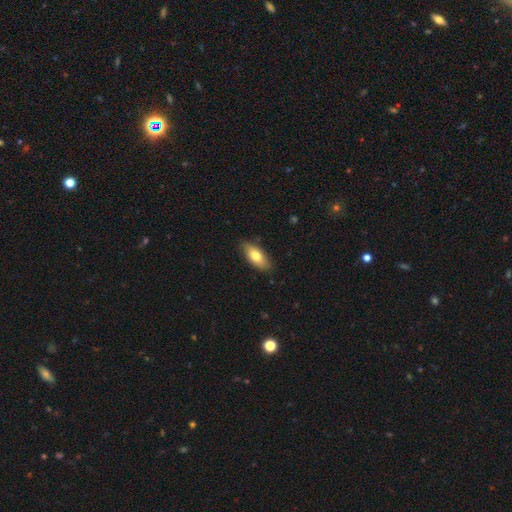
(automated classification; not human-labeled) Q: Smooth or featured?
A: smooth (75%); runner-up: featured or disk (19%)
Q: How rounded?
A: in between (83%); runner-up: cigar-shaped (14%)
Q: Merging?
A: none (82%); runner-up: minor disturbance (14%)